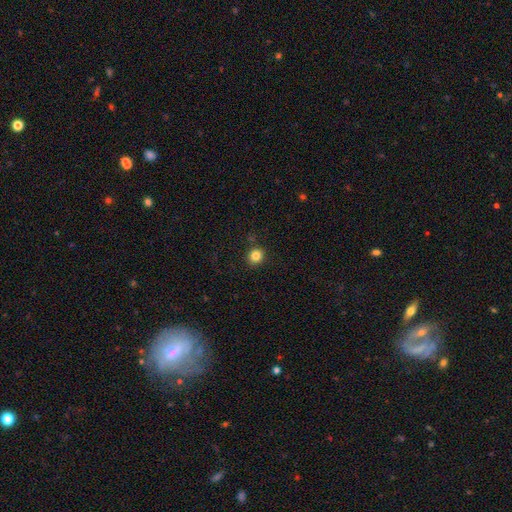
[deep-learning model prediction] Smooth or featured? Predicted: smooth (p=0.83). How rounded? Predicted: round (p=0.85). Merging? Predicted: none (p=0.88).